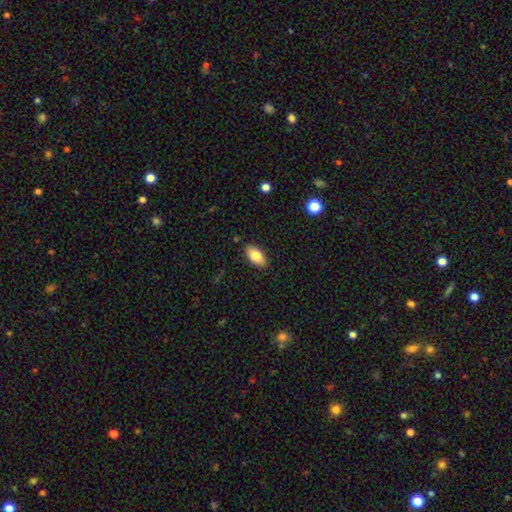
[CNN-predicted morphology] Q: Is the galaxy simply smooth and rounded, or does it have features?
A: smooth — 81%.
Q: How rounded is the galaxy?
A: in between — 92%.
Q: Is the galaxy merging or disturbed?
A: none — 87%.